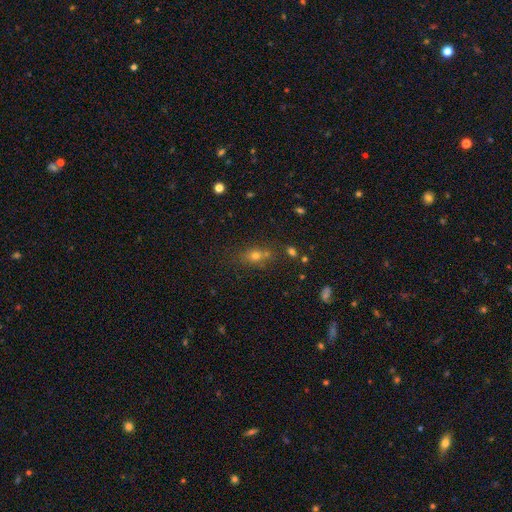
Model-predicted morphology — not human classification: Smooth or featured?
  - smooth: 63% *
  - star or artifact: 24%
  - featured or disk: 13%
How rounded?
  - in between: 48% *
  - round: 47%
  - cigar-shaped: 5%
Merging?
  - none: 64% *
  - merger: 16%
  - minor disturbance: 14%
  - major disturbance: 5%